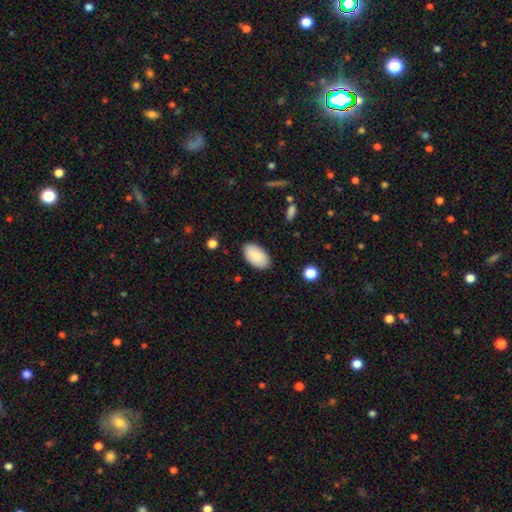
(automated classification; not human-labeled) Smooth or featured?
  - smooth: 87% *
  - featured or disk: 7%
  - star or artifact: 6%
How rounded?
  - in between: 95% *
  - round: 3%
  - cigar-shaped: 1%
Merging?
  - none: 86% *
  - minor disturbance: 11%
  - major disturbance: 2%
  - merger: 1%